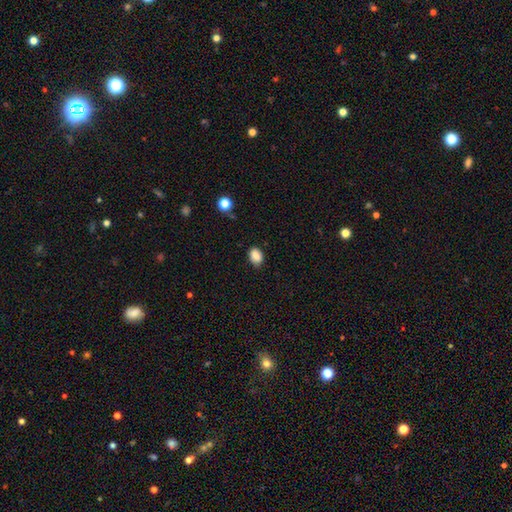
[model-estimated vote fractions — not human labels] This appears to be a smooth galaxy with no disk features (87%) that is in between round and cigar-shaped (77%). Merging: none (81%).